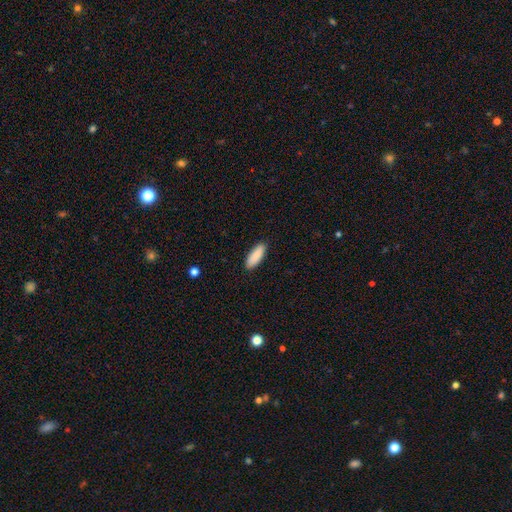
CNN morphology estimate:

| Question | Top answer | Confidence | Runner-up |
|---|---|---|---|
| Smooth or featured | smooth | 90% | star or artifact (6%) |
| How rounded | in between | 63% | cigar-shaped (35%) |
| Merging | none | 90% | minor disturbance (7%) |